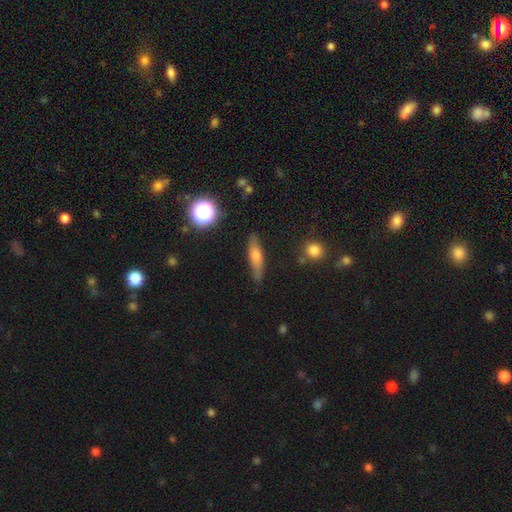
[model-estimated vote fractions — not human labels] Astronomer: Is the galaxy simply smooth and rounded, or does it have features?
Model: smooth — 53% (runner-up: featured or disk, 38%).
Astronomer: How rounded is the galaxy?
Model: cigar-shaped — 68%.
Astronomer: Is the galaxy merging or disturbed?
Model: none — 79%.